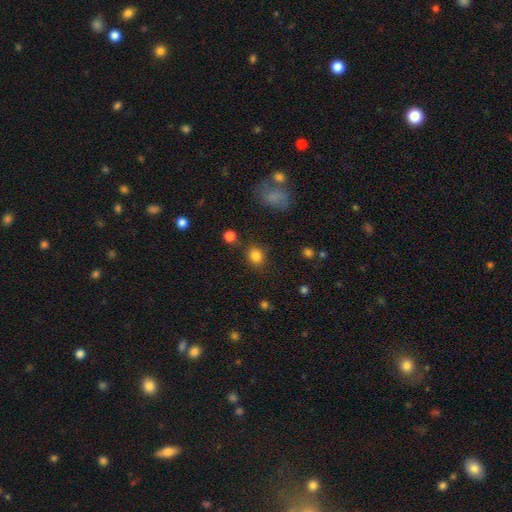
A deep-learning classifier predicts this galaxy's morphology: Q: Smooth or featured?
A: smooth (84%); runner-up: star or artifact (11%)
Q: How rounded?
A: round (65%); runner-up: in between (34%)
Q: Merging?
A: none (80%); runner-up: minor disturbance (12%)